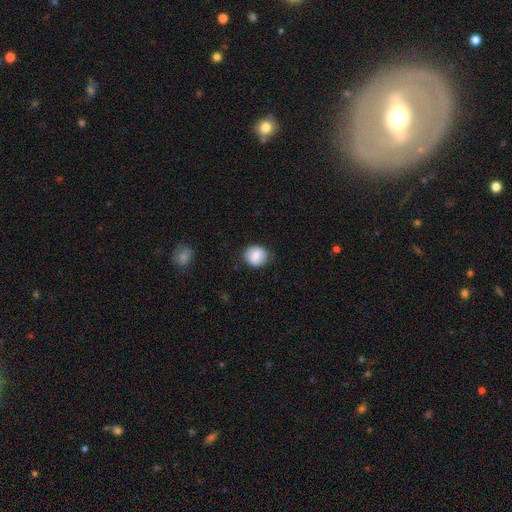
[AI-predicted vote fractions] smooth-or-featured: smooth: 80% | featured or disk: 12% | star or artifact: 8%
  how-rounded: round: 79% | in between: 20% | cigar-shaped: 1%
  merging: none: 83% | minor disturbance: 12% | major disturbance: 3% | merger: 1%